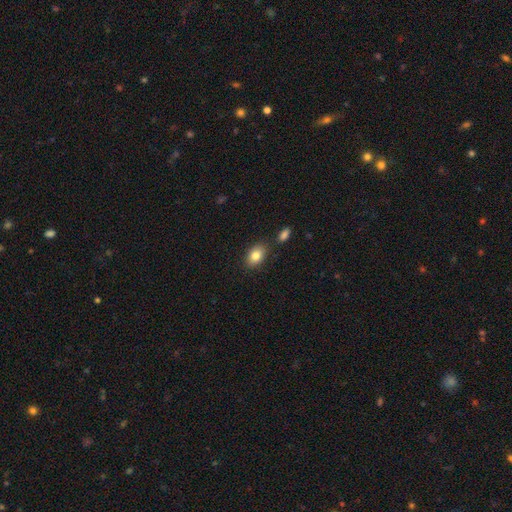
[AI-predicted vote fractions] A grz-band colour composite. It shows a smooth galaxy with no disk features (83%) that is in between round and cigar-shaped (84%). Merging: none (80%).